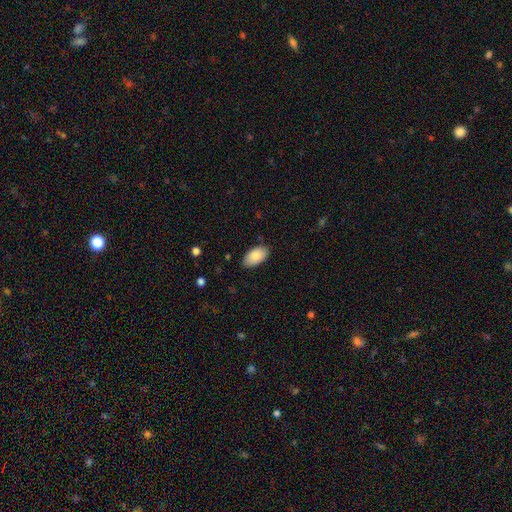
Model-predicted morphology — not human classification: A smooth galaxy with no disk features (83%) that is in between round and cigar-shaped (95%).

Vote fractions:
- Smooth or featured? smooth: 83% / featured or disk: 10% / star or artifact: 6%
- How rounded? in between: 95% / round: 3% / cigar-shaped: 2%
- Merging? none: 82% / minor disturbance: 14% / major disturbance: 2% / merger: 1%